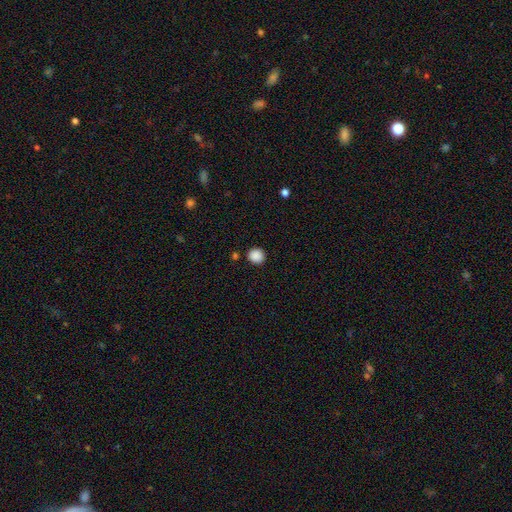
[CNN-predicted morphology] type=smooth (88%); roundness=round (88%); merging=none (88%).